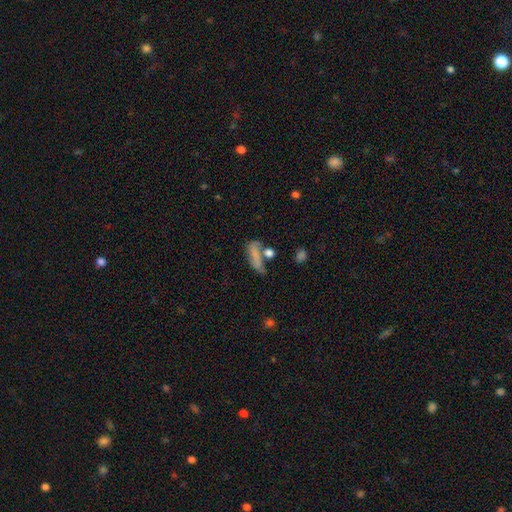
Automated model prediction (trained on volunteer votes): smooth-or-featured: smooth: 71% | featured or disk: 17% | star or artifact: 11%
  how-rounded: cigar-shaped: 50% | in between: 44% | round: 6%
  merging: none: 42% | merger: 25% | minor disturbance: 20% | major disturbance: 14%